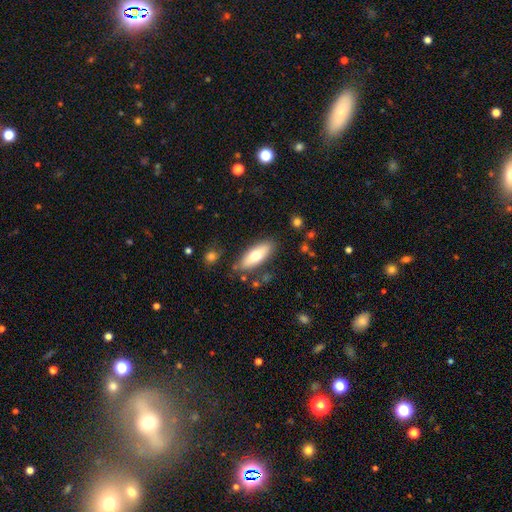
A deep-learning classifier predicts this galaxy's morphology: A smooth galaxy with no disk features (67%) that is in between round and cigar-shaped (66%).

Vote fractions:
- Smooth or featured? smooth: 67% / featured or disk: 27% / star or artifact: 6%
- How rounded? in between: 66% / cigar-shaped: 32% / round: 2%
- Merging? none: 80% / minor disturbance: 14% / major disturbance: 4% / merger: 3%